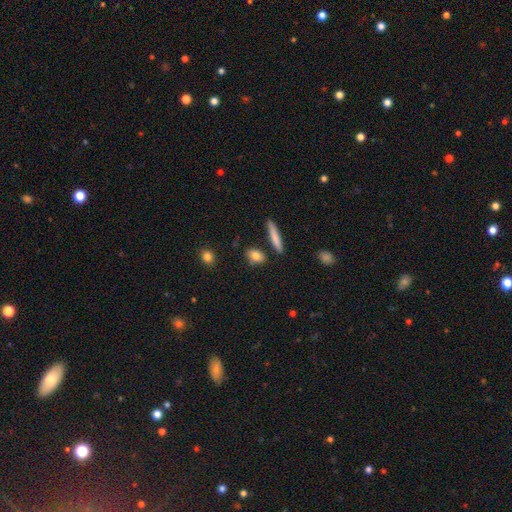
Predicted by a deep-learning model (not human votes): This appears to be a smooth galaxy with no disk features (82%) that is in between round and cigar-shaped (67%). Merging: none (80%).